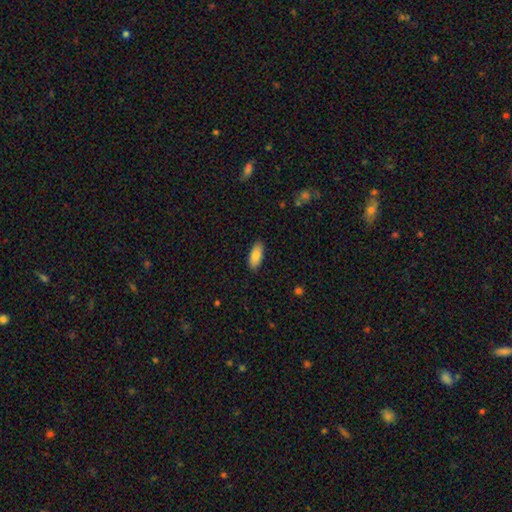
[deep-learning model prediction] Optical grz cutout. It shows a smooth galaxy with no disk features (83%) that is in between round and cigar-shaped (84%). Merging: none (88%).